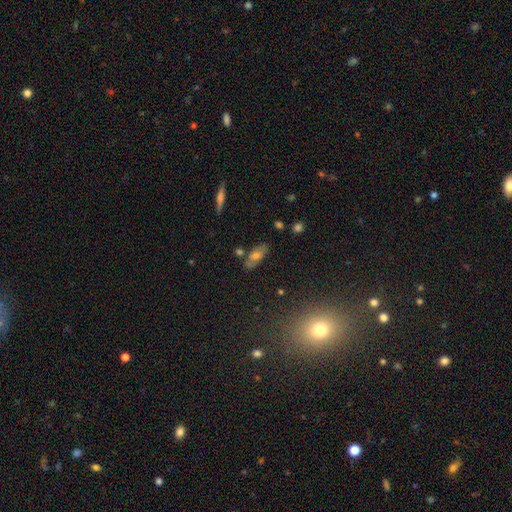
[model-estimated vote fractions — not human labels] This appears to be a smooth galaxy with no disk features (54%) that is in between round and cigar-shaped (75%). Merging: none (73%).